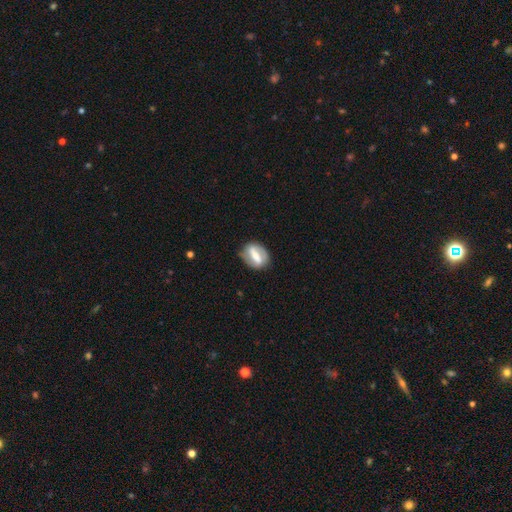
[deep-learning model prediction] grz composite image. It shows a featured or disk galaxy (59%) with a strong bar (78%), no spiral arms (58%) and a moderate central bulge (38%). Merging: none (78%).